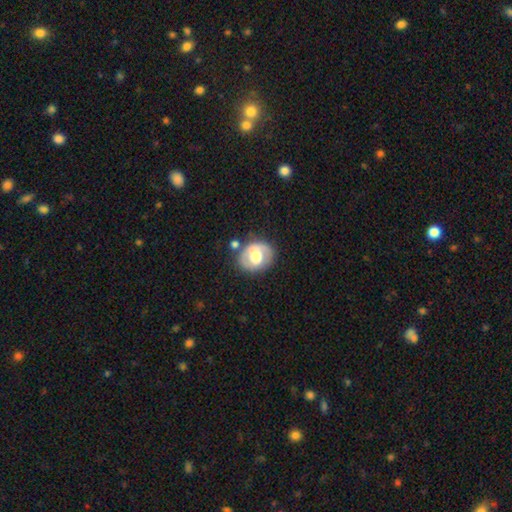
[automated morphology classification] Smooth or featured?
  - featured or disk: 53% *
  - smooth: 40%
  - star or artifact: 7%
Edge-on disk?
  - no: 95% *
  - yes: 5%
Bar?
  - weak: 39% *
  - no: 36%
  - strong: 25%
Spiral arms?
  - no: 51% *
  - yes: 49%
Bulge size?
  - moderate: 53% *
  - large: 35%
  - small: 7%
  - dominant: 4%
  - none: 2%
Merging?
  - none: 71% *
  - minor disturbance: 17%
  - major disturbance: 6%
  - merger: 6%